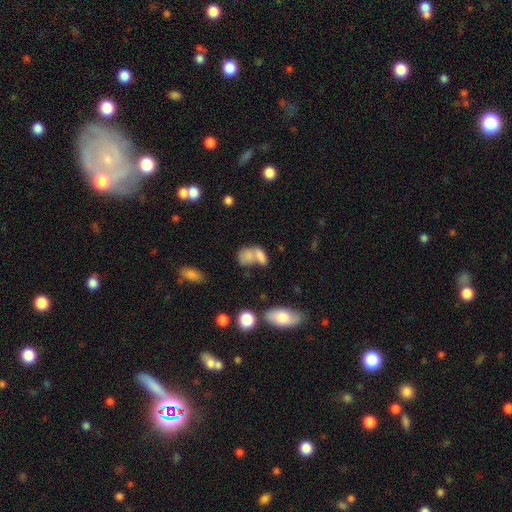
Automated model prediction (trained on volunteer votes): A smooth galaxy with no disk features (75%) that is in between round and cigar-shaped (76%). Merging: merger (54%).